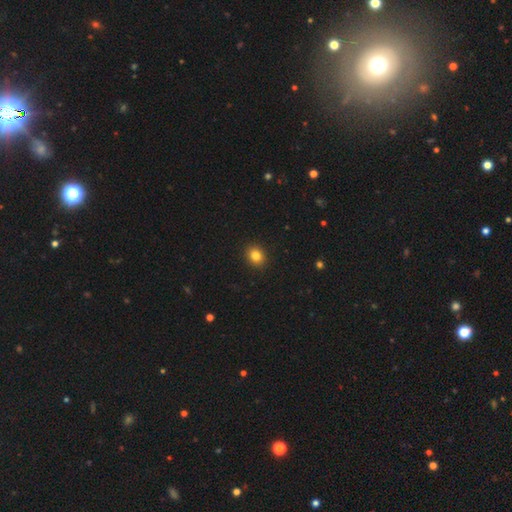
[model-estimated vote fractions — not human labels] This is clearly a smooth galaxy (83%). How rounded: likely round (66%). Merging: clearly none (92%).